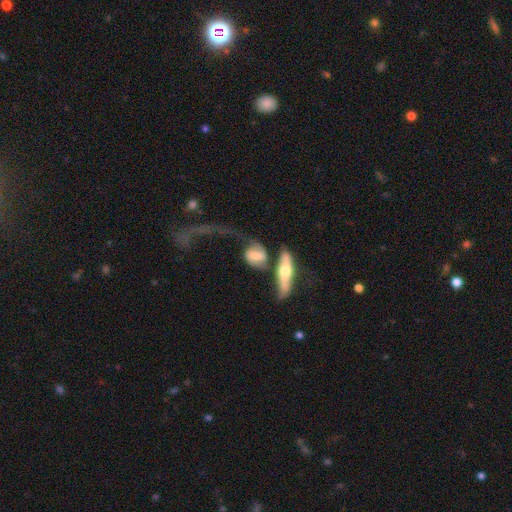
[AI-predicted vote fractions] featured or disk 50%, smooth 43%, star or artifact 7%. Down the decision tree: edge-on disk — no (73%); merging — merger (32%, tied with none).